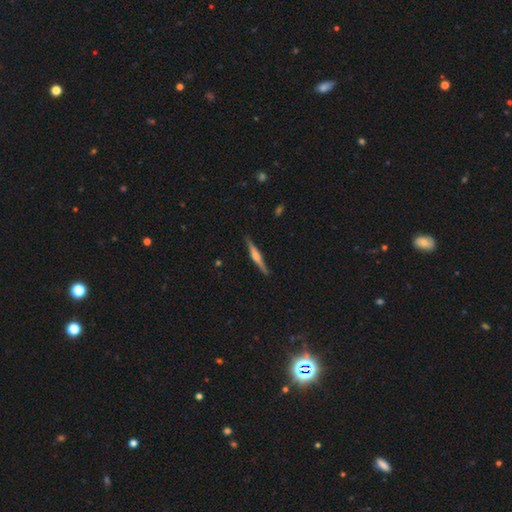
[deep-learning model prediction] Smooth or featured: featured or disk — 72% (smooth — 22%)
Edge-on disk: yes — 98% (no — 2%)
Edge-on bulge: rounded — 80% (boxy — 12%)
Merging: none — 91% (minor disturbance — 7%)